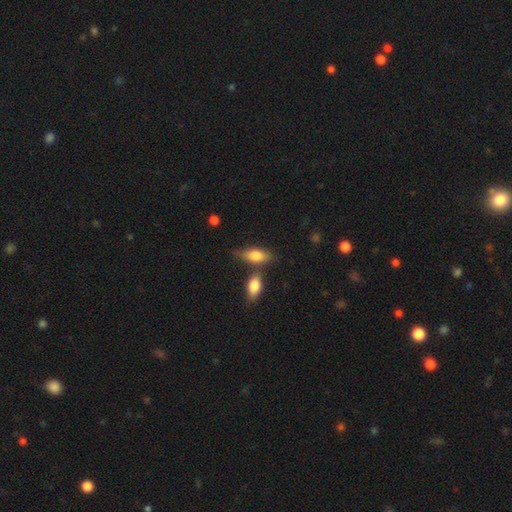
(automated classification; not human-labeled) Smooth or featured? smooth (78%)
How rounded? in between (79%)
Merging? none (58%)